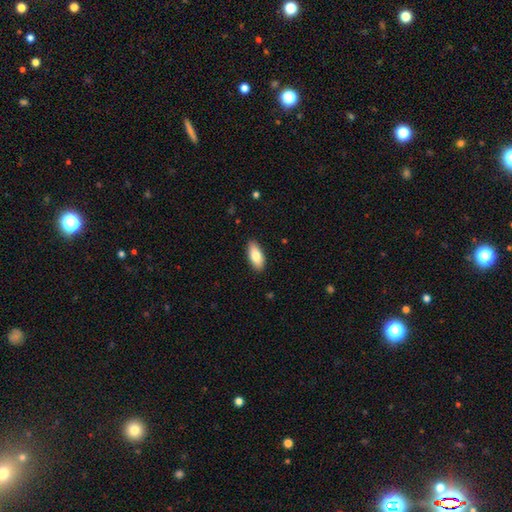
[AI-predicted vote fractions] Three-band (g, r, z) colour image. It shows a smooth galaxy with no disk features (81%) that is in between round and cigar-shaped (86%). Merging: none (89%).